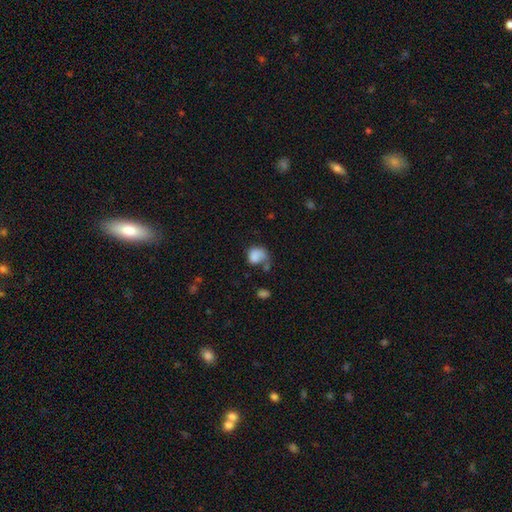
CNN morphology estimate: The model was most divided on "merging": none: 31%, major disturbance: 30%, minor disturbance: 24%, merger: 15%. More confident: smooth or featured — smooth (77%); how rounded — round (54%).